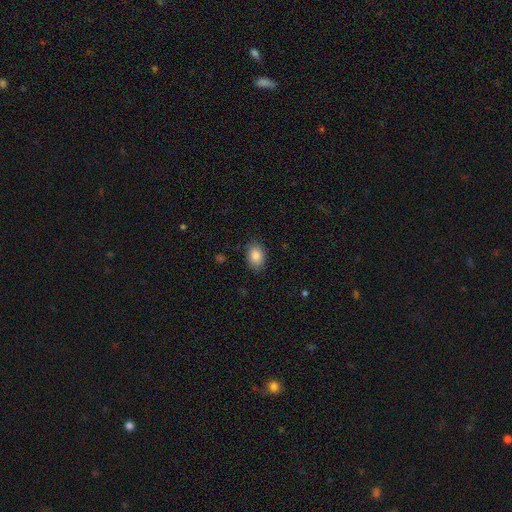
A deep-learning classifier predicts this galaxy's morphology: The model was most divided on "how rounded": in between: 81%, round: 18%, cigar-shaped: 1%. More confident: smooth or featured — smooth (87%); merging — none (87%).